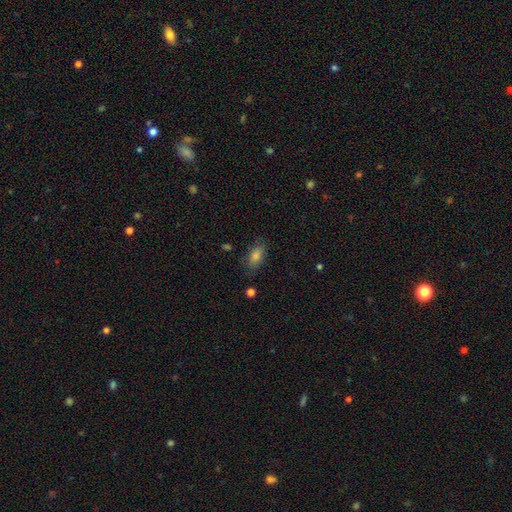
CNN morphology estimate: smooth 72%, featured or disk 14%, star or artifact 14%. Down the decision tree: how rounded — in between (85%); merging — none (80%).